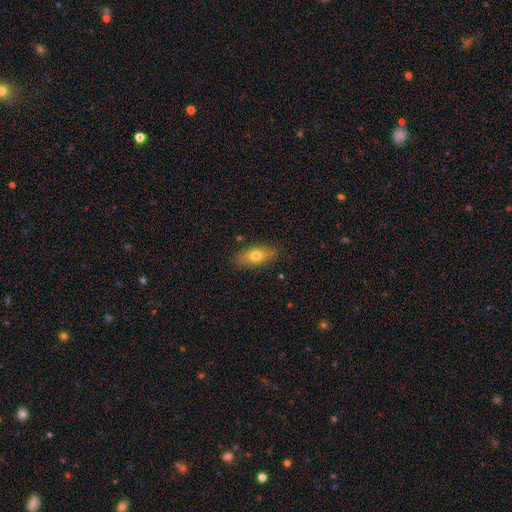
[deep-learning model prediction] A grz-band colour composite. It shows a smooth galaxy with no disk features (70%) that is in between round and cigar-shaped (79%). Merging: none (84%).